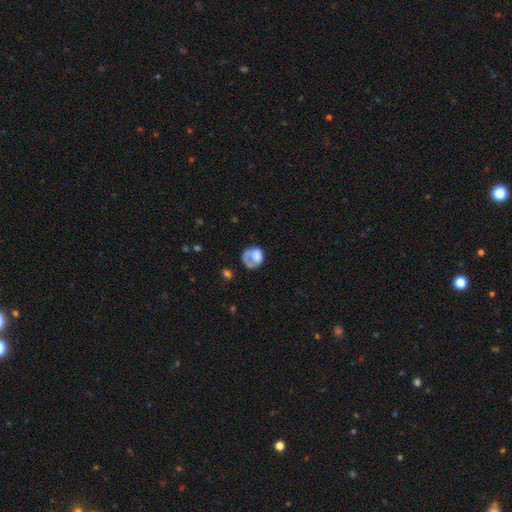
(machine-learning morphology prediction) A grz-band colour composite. It shows a smooth galaxy with no disk features (60%) that is round (60%). Merging: none (37%).